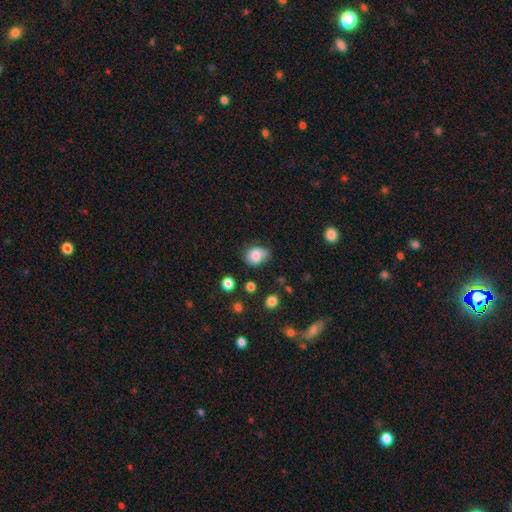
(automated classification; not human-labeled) Q: Smooth or featured?
A: smooth (79%); runner-up: featured or disk (11%)
Q: How rounded?
A: round (52%); runner-up: in between (47%)
Q: Merging?
A: none (54%); runner-up: minor disturbance (33%)